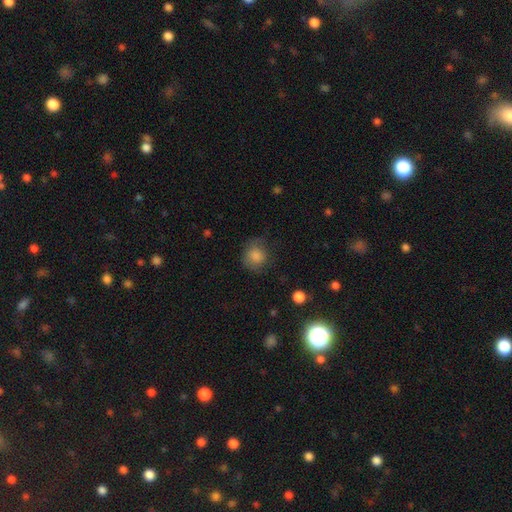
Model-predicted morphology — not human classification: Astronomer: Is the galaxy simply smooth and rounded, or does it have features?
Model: smooth — 82%.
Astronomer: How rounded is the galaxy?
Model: round — 81%.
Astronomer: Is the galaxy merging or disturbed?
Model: none — 65%.